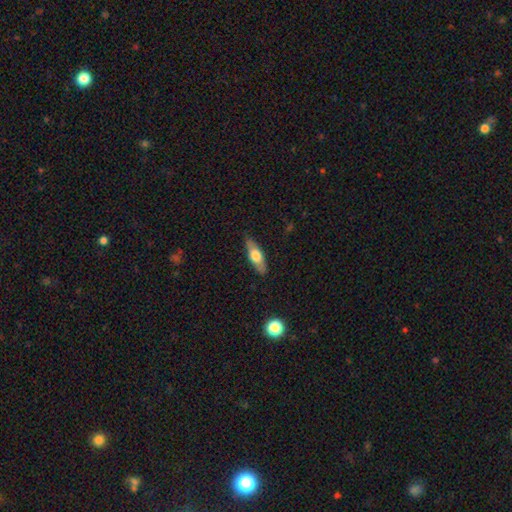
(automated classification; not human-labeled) Overall: smooth (54%; featured or disk 40%). How rounded: in between (51%; cigar-shaped 46%). Merging: none (83%).